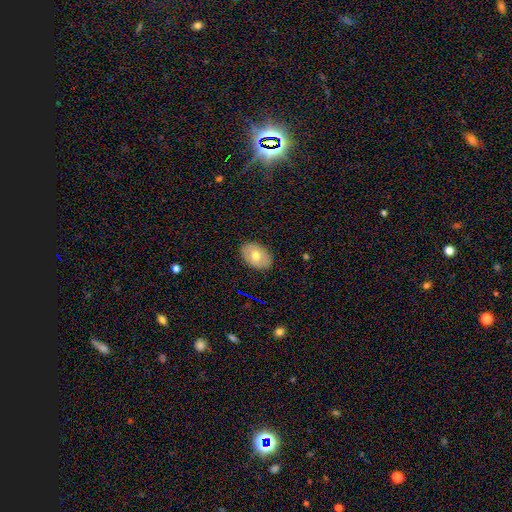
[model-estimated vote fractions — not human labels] Overall: smooth (64%; featured or disk 28%). How rounded: in between (83%). Merging: none (87%).